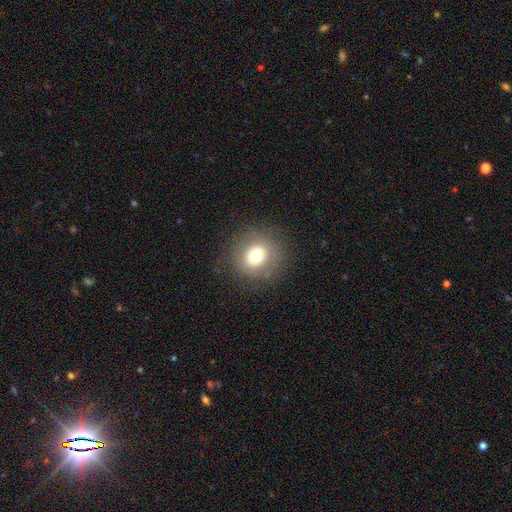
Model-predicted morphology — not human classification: Overall: smooth (71%). How rounded: round (90%). Merging: none (85%).